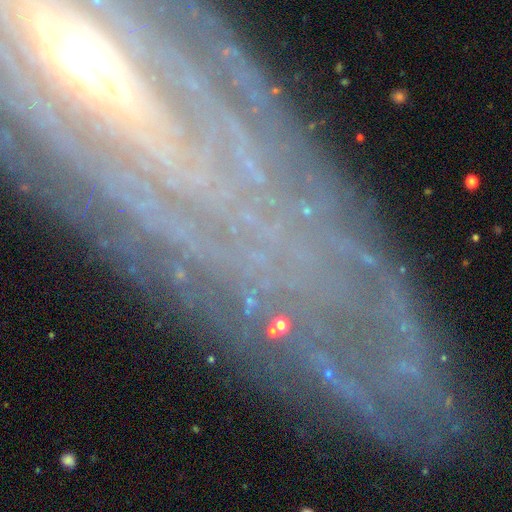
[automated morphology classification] The model was most divided on "smooth or featured": featured or disk: 52%, star or artifact: 35%, smooth: 13%. More confident: edge-on disk — no (84%); merging — none (70%).